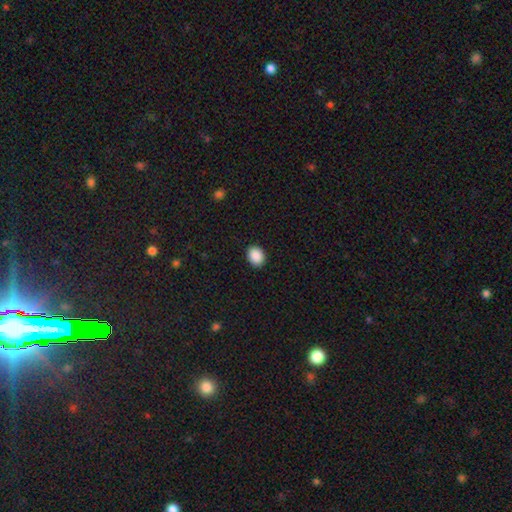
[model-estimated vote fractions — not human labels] Morphology: type=smooth (90%); roundness=in between (57%); merging=none (91%).